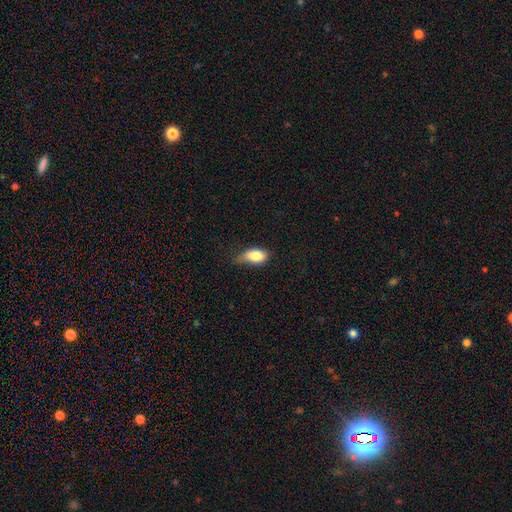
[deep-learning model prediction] Morphology: type=smooth (82%); roundness=in between (88%); merging=minor disturbance (46%).